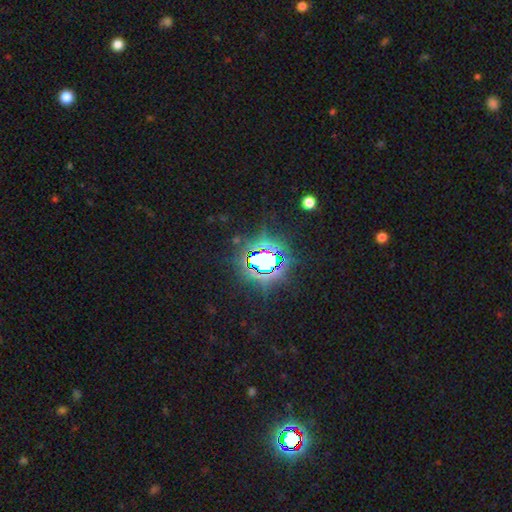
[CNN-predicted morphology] type=star or artifact (85%).